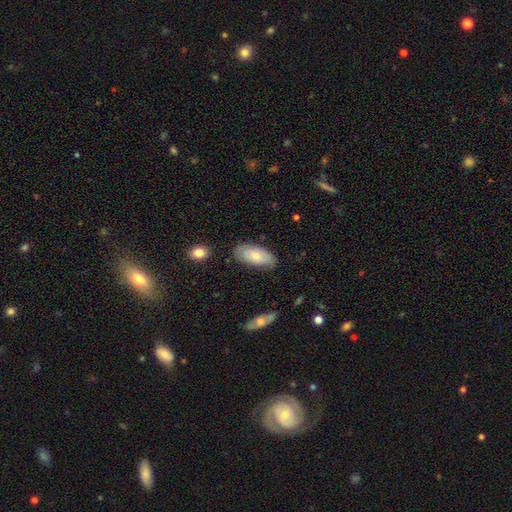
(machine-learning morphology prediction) smooth_or_featured: smooth (p=0.71) [alt: featured or disk p=0.23]
how_rounded: in between (p=0.91) [alt: cigar-shaped p=0.07]
merging: none (p=0.77) [alt: minor disturbance p=0.17]